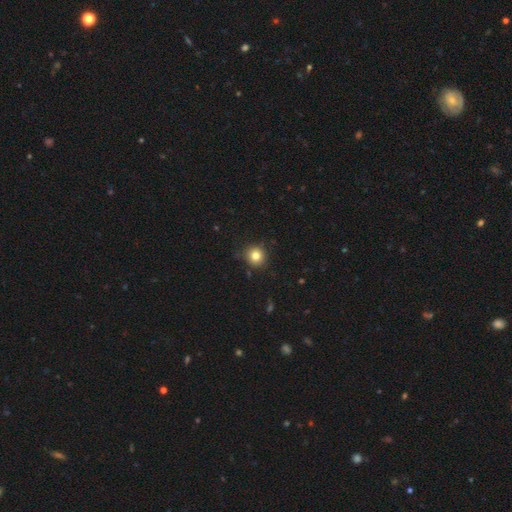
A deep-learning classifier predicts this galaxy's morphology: smooth_or_featured: smooth (p=0.81) [alt: star or artifact p=0.12]
how_rounded: round (p=0.92) [alt: in between p=0.07]
merging: none (p=0.87) [alt: minor disturbance p=0.09]